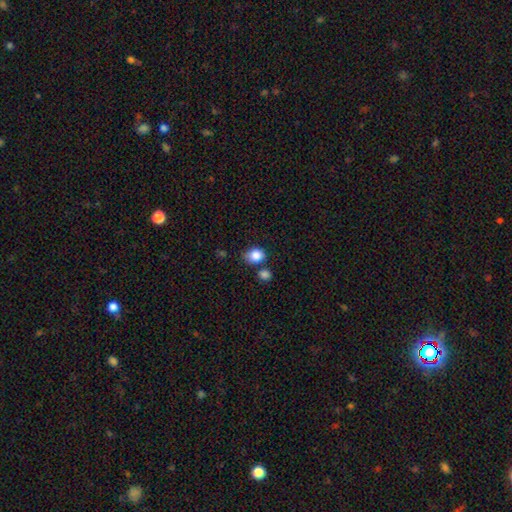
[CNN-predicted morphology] A smooth galaxy with no disk features (85%) that is round (57%). Merging: none (59%).